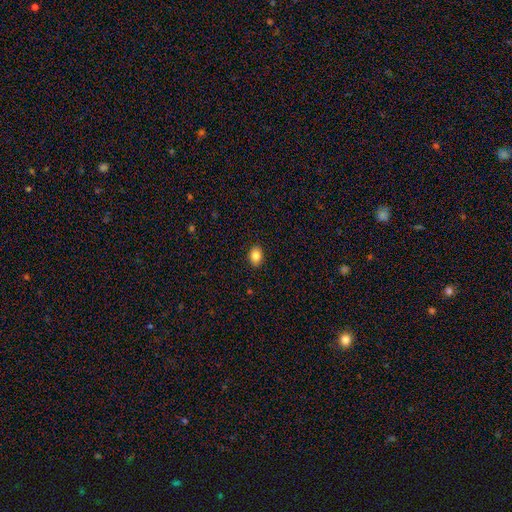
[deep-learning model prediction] Morphology: type=smooth (86%); roundness=in between (72%); merging=none (90%).